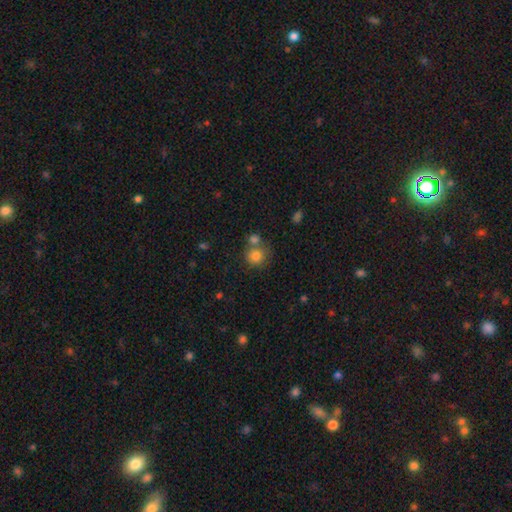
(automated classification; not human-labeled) This is clearly a smooth galaxy (81%). How rounded: clearly round (87%). Merging: possibly none (56%).